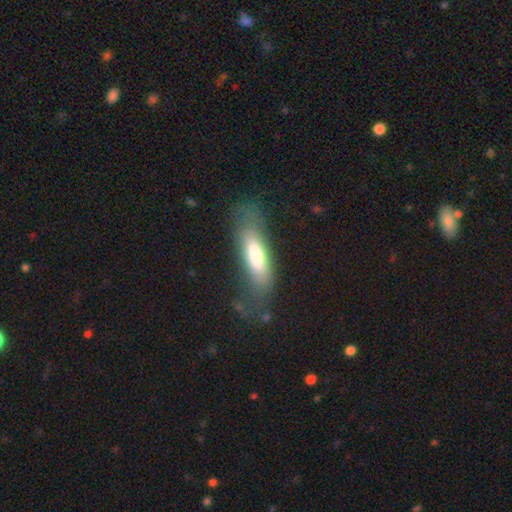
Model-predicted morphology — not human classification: The model was most divided on "how rounded": in between: 50%, cigar-shaped: 48%, round: 2%. More confident: smooth or featured — smooth (70%); merging — none (65%).